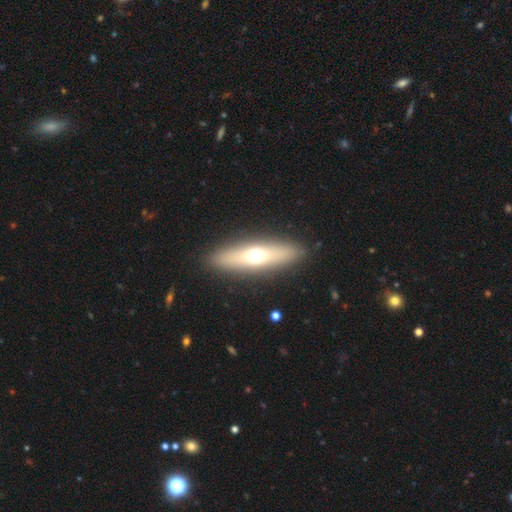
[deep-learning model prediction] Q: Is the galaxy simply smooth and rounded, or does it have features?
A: smooth — 50%.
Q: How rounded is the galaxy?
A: cigar-shaped — 64%.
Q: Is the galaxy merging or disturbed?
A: none — 90%.